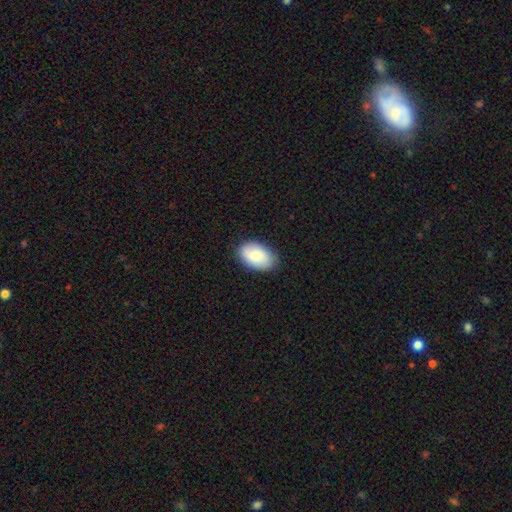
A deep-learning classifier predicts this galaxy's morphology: smooth-or-featured: smooth: 78% | featured or disk: 16% | star or artifact: 6%
  how-rounded: in between: 91% | round: 7% | cigar-shaped: 1%
  merging: none: 83% | minor disturbance: 14% | major disturbance: 3% | merger: 1%